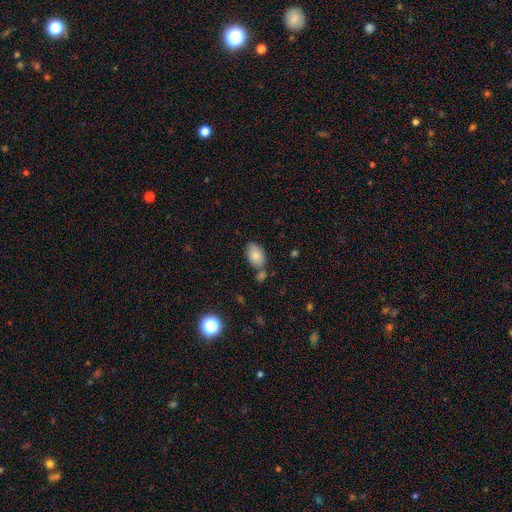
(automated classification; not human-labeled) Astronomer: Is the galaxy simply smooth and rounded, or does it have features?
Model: smooth — 82%.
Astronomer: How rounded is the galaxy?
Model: in between — 91%.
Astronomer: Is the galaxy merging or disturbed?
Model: none — 61%.